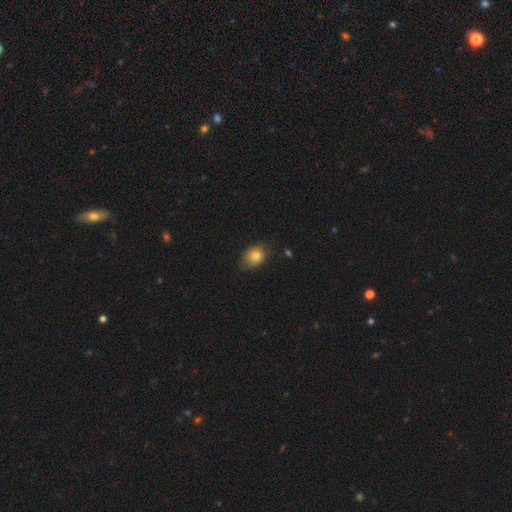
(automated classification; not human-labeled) Morphology: type=smooth (80%); roundness=in between (58%); merging=none (68%).